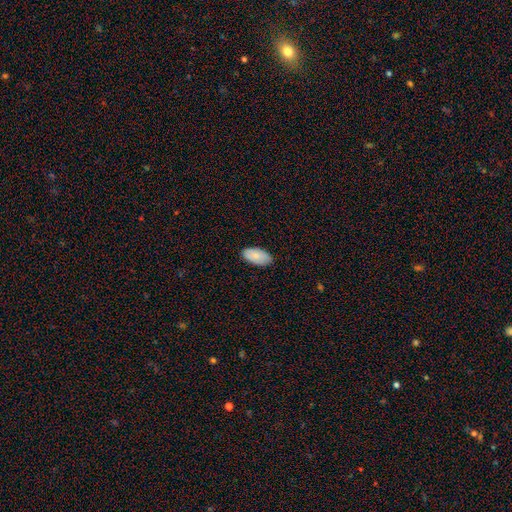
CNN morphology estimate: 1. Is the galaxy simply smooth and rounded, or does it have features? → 85% smooth, 9% featured or disk, 6% star or artifact.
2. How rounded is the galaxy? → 95% in between, 3% cigar-shaped, 2% round.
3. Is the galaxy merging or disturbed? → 87% none, 11% minor disturbance, 2% major disturbance, 1% merger.